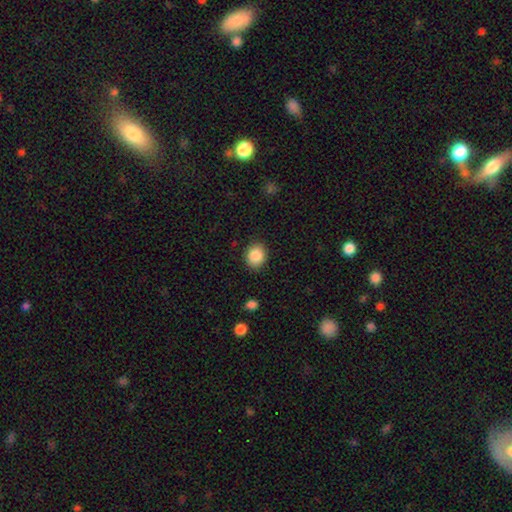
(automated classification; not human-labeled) Morphology: type=smooth (87%); roundness=round (62%); merging=none (89%).